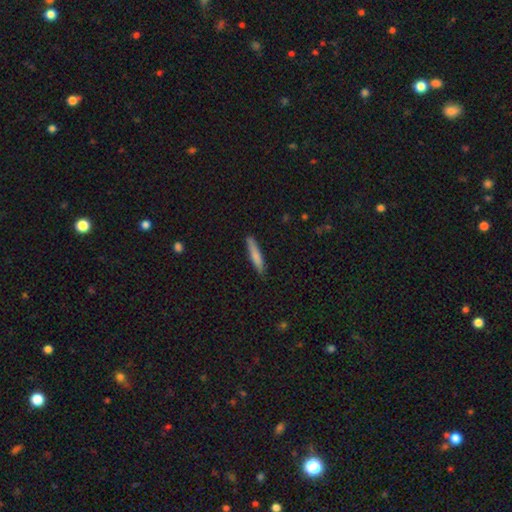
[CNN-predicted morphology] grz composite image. It shows a smooth galaxy with no disk features (76%) that is cigar-shaped (91%). Merging: none (87%).